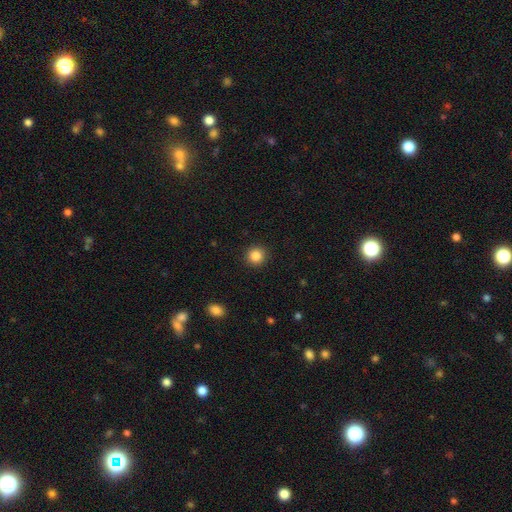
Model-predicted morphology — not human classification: Smooth or featured: smooth — 85% (star or artifact — 10%)
How rounded: round — 93% (in between — 6%)
Merging: none — 92% (minor disturbance — 5%)